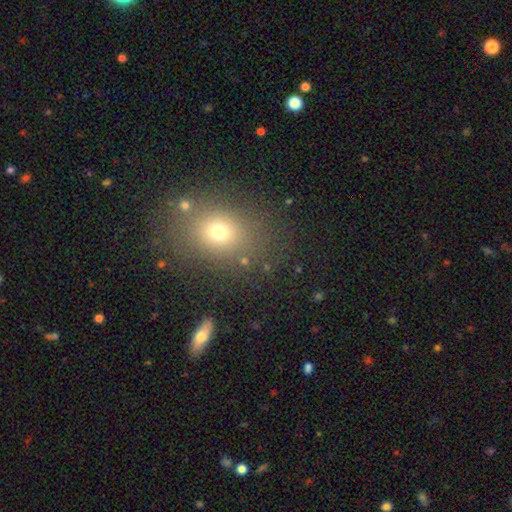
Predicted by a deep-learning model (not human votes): smooth 64%, star or artifact 24%, featured or disk 12%. Down the decision tree: how rounded — in between (51%); merging — none (82%).